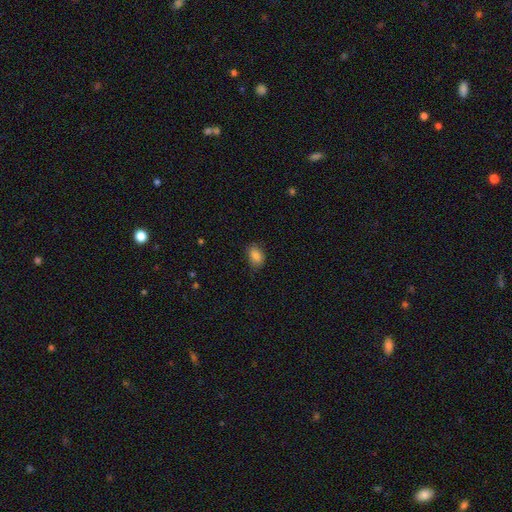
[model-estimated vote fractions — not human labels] A smooth galaxy with no disk features (85%) that is in between round and cigar-shaped (83%). Merging: none (77%).